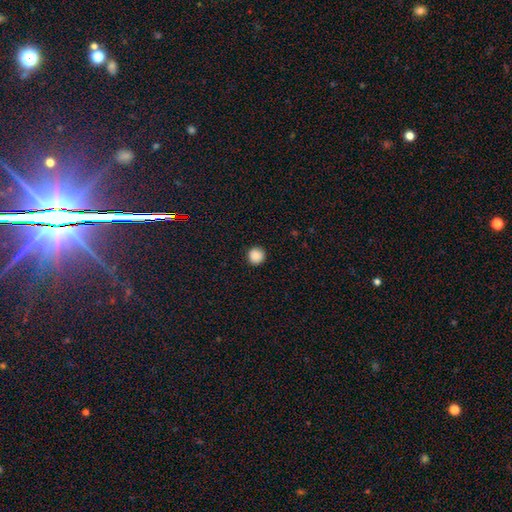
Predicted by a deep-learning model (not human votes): This appears to be a smooth galaxy with no disk features (88%) that is round (96%). Merging: none (93%).